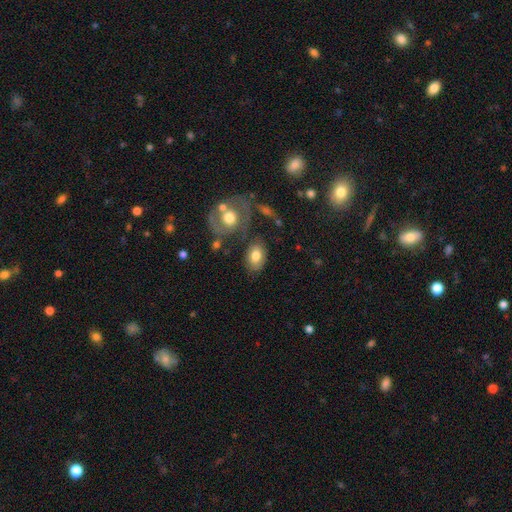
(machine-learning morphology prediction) Smooth or featured?
  - smooth: 74% *
  - featured or disk: 19%
  - star or artifact: 7%
How rounded?
  - in between: 83% *
  - round: 15%
  - cigar-shaped: 1%
Merging?
  - none: 71% *
  - minor disturbance: 14%
  - merger: 9%
  - major disturbance: 5%